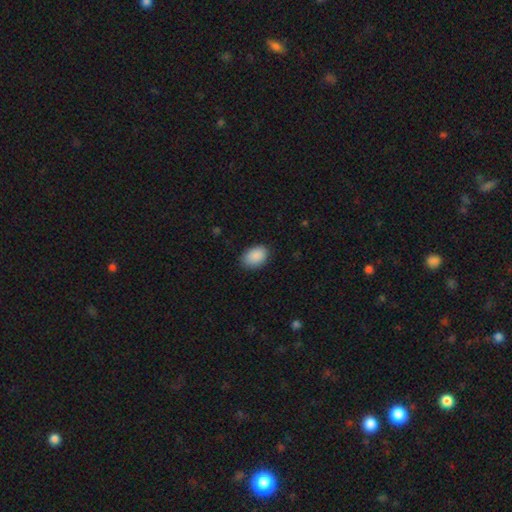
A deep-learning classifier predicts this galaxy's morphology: A smooth galaxy with no disk features (90%) that is in between round and cigar-shaped (84%). Merging: none (84%).